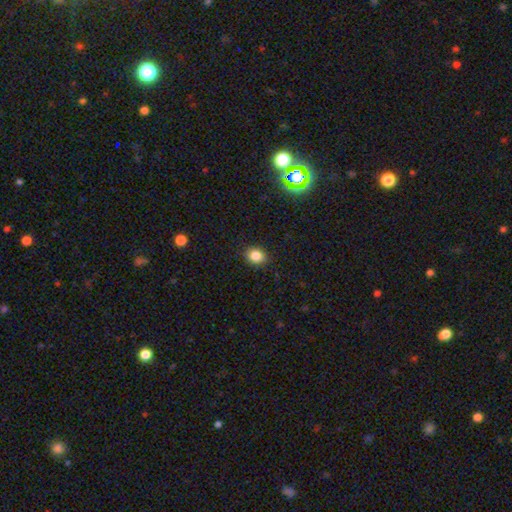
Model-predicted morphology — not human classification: Overall: smooth (84%). How rounded: round (56%; in between 43%). Merging: none (89%).